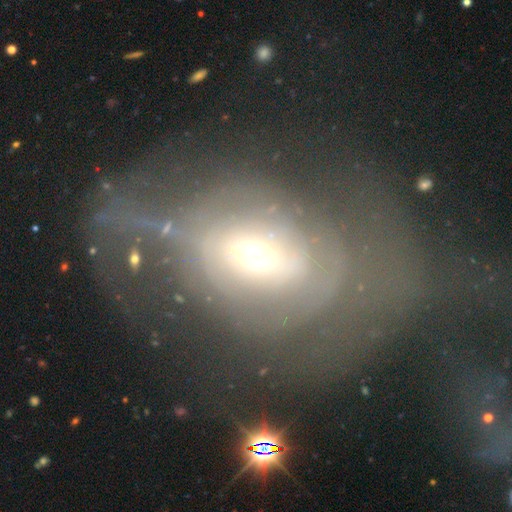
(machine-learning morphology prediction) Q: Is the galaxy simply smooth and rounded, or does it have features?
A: featured or disk — 60%.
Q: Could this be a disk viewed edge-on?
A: no — 92%.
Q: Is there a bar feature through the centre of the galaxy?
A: no — 63%.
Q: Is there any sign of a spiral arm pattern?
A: no — 59%.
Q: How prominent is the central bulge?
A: moderate — 59%.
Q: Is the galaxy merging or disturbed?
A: major disturbance — 50%.